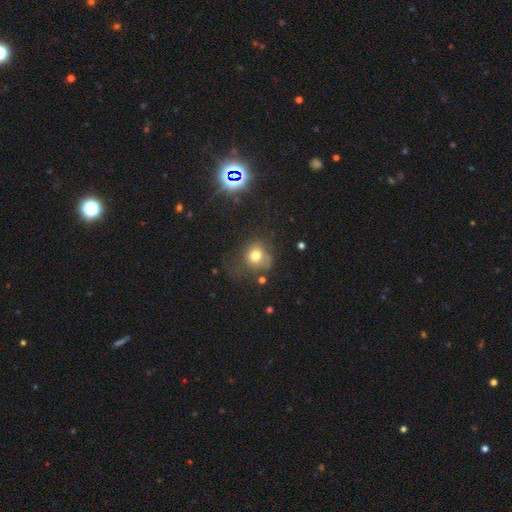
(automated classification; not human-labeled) smooth_or_featured: smooth (p=0.72) [alt: star or artifact p=0.15]
how_rounded: round (p=0.76) [alt: in between p=0.23]
merging: none (p=0.49) [alt: minor disturbance p=0.26]